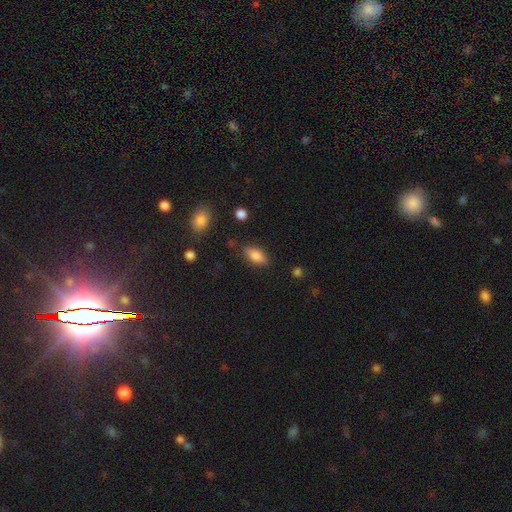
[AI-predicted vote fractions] smooth 81%, featured or disk 11%, star or artifact 8%. Down the decision tree: how rounded — in between (86%); merging — none (81%).